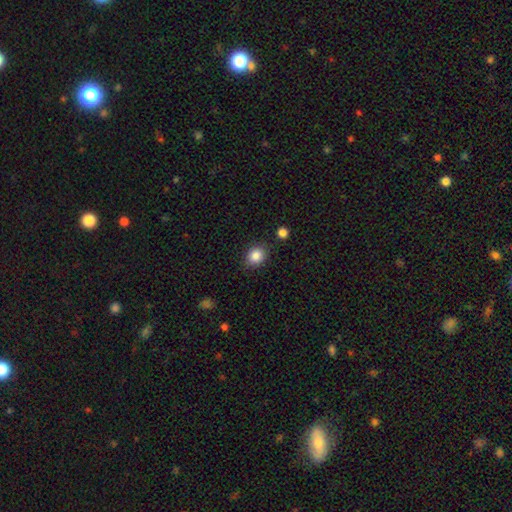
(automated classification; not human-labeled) A smooth galaxy with no disk features (86%) that is round (63%).

Vote fractions:
- Smooth or featured? smooth: 86% / star or artifact: 9% / featured or disk: 5%
- How rounded? round: 63% / in between: 36% / cigar-shaped: 1%
- Merging? none: 82% / minor disturbance: 12% / merger: 3% / major disturbance: 3%